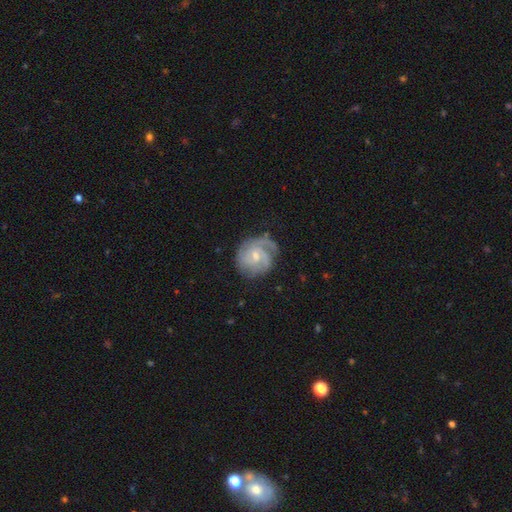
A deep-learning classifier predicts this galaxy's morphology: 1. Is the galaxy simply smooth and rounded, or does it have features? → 83% featured or disk, 12% smooth, 5% star or artifact.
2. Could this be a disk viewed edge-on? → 98% no, 2% yes.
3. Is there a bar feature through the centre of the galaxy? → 47% weak (tied), 47% no (tied), 7% strong.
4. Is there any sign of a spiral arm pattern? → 96% yes, 4% no.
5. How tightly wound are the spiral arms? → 55% tight, 36% medium, 10% loose.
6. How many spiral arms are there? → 34% 2, 26% 3, 22% can't tell, 8% 1, 5% 4, 4% more than 4.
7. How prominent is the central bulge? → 52% small, 43% moderate, 2% none, 2% large, 1% dominant.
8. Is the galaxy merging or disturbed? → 64% none, 22% minor disturbance, 12% major disturbance, 2% merger.